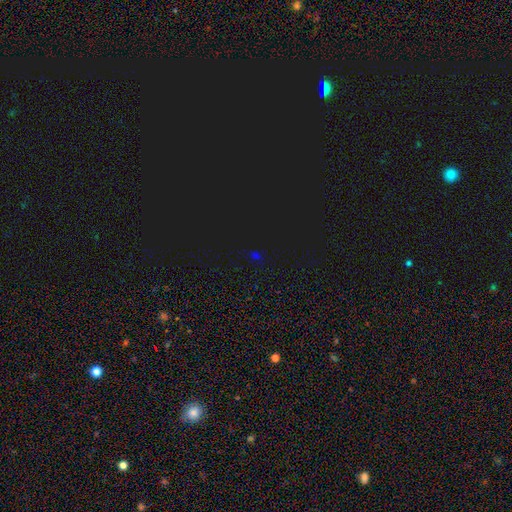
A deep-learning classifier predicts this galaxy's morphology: type=star or artifact (68%).